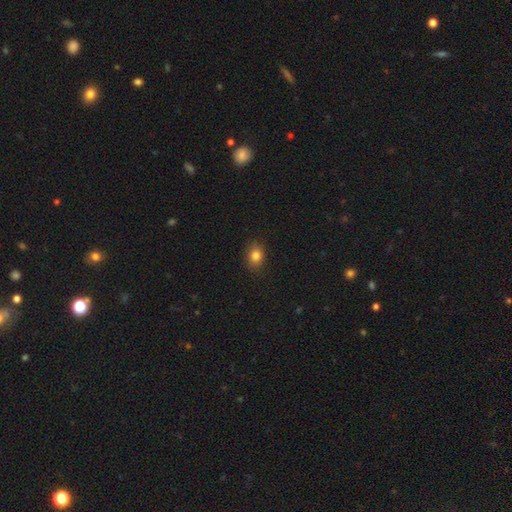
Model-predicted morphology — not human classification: smooth-or-featured: smooth: 82% | star or artifact: 12% | featured or disk: 6%
  how-rounded: round: 51% | in between: 48% | cigar-shaped: 1%
  merging: none: 88% | minor disturbance: 9% | major disturbance: 2% | merger: 1%